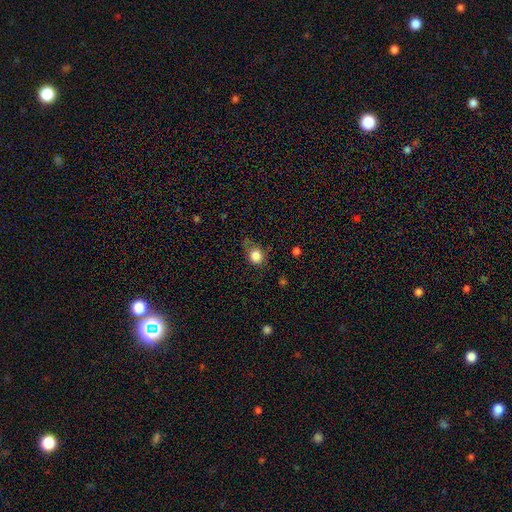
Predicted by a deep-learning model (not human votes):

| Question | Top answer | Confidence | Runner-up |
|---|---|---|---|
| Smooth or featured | smooth | 82% | star or artifact (10%) |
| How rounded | round | 73% | in between (25%) |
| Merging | none | 61% | minor disturbance (26%) |